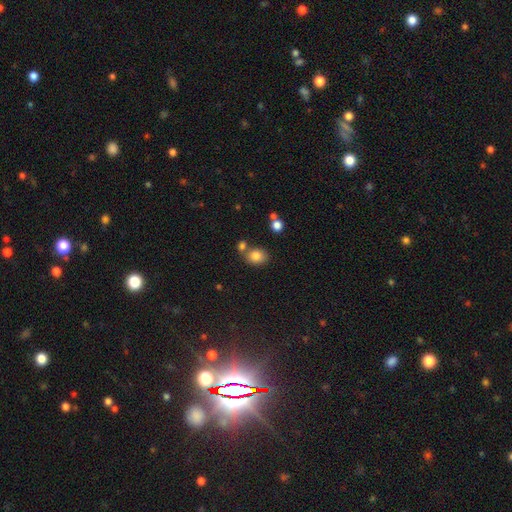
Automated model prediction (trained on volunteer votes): smooth-or-featured: smooth: 82% | star or artifact: 11% | featured or disk: 7%
  how-rounded: round: 50% | in between: 49% | cigar-shaped: 1%
  merging: none: 62% | merger: 22% | minor disturbance: 13% | major disturbance: 4%